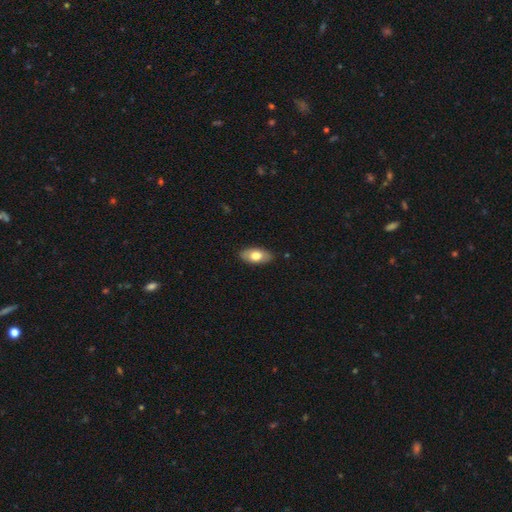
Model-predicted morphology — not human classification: smooth-or-featured: smooth: 72% | featured or disk: 22% | star or artifact: 6%
  how-rounded: in between: 92% | cigar-shaped: 5% | round: 4%
  merging: none: 87% | minor disturbance: 10% | major disturbance: 2% | merger: 1%